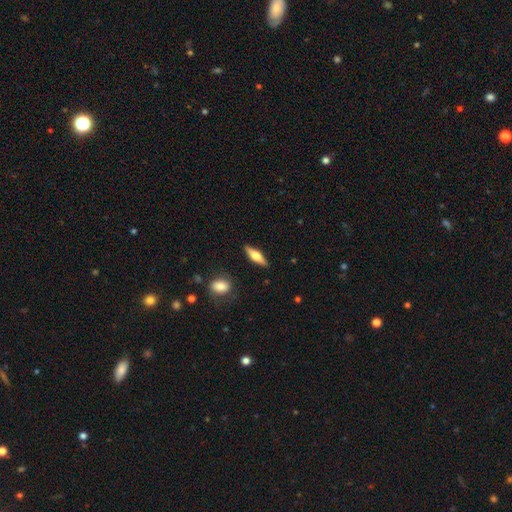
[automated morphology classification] smooth_or_featured: featured or disk (p=0.53) [alt: smooth p=0.41]
disk_edge_on: yes (p=0.95) [alt: no p=0.05]
edge_on_bulge: rounded (p=0.91) [alt: boxy p=0.07]
merging: none (p=0.88) [alt: minor disturbance p=0.08]